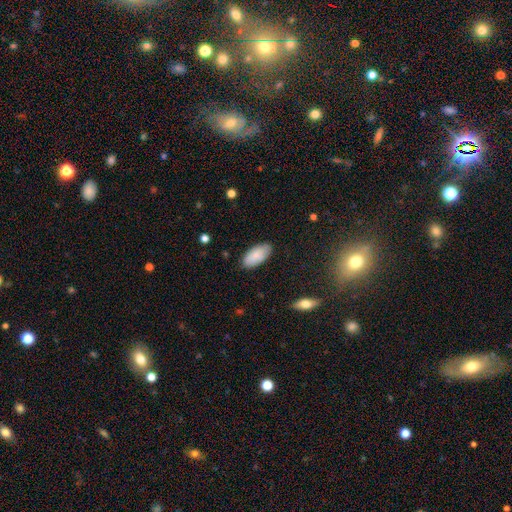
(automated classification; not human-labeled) Q: Smooth or featured?
A: smooth (86%); runner-up: featured or disk (8%)
Q: How rounded?
A: in between (93%); runner-up: cigar-shaped (5%)
Q: Merging?
A: none (84%); runner-up: minor disturbance (12%)